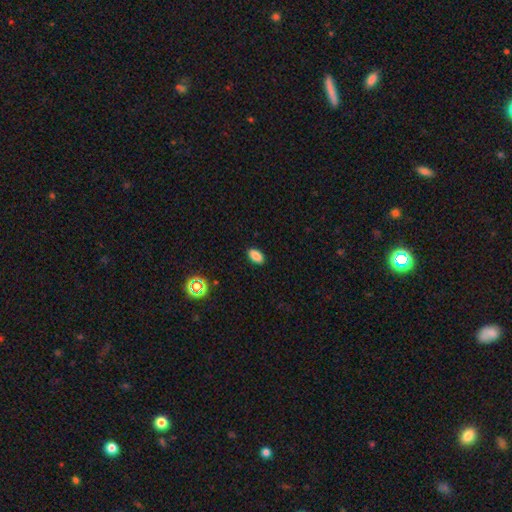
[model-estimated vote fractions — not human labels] smooth_or_featured: smooth (p=0.85) [alt: star or artifact p=0.11]
how_rounded: in between (p=0.92) [alt: round p=0.05]
merging: none (p=0.89) [alt: minor disturbance p=0.08]